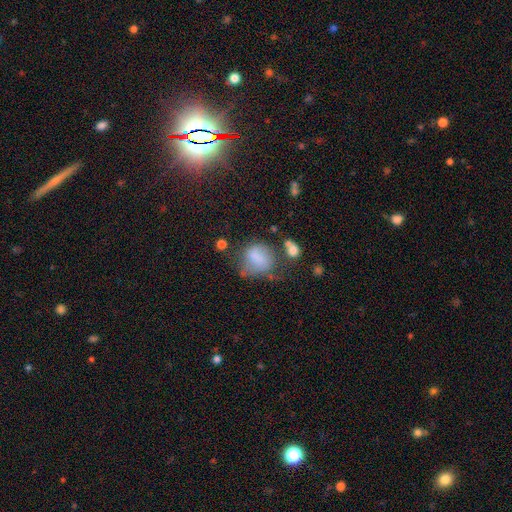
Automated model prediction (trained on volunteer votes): This appears to be a smooth galaxy with no disk features (63%) that is round (59%). Merging: none (42%).